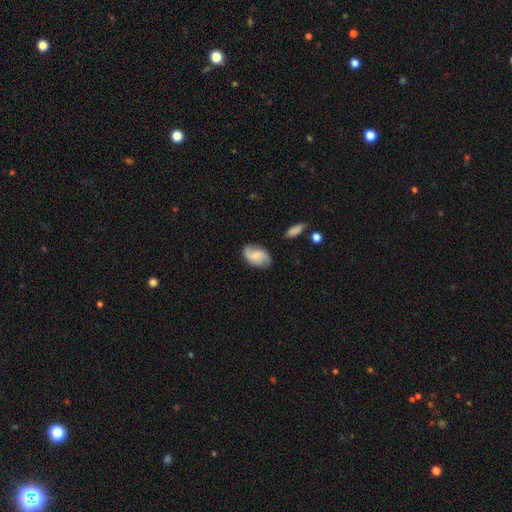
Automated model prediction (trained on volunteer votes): smooth 47%, featured or disk 45%, star or artifact 8%. Down the decision tree: merging — none (73%).